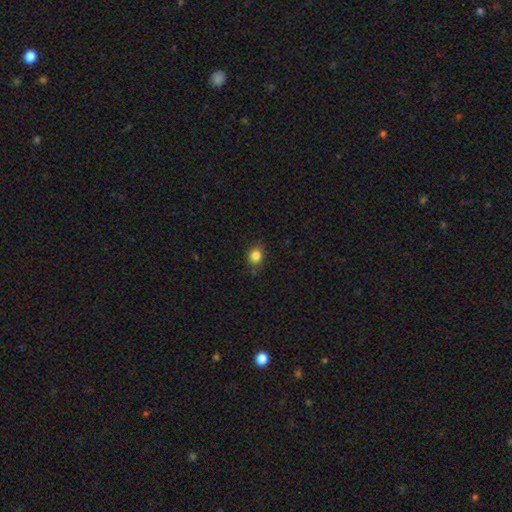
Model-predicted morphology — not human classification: smooth 84%, star or artifact 11%, featured or disk 5%. Down the decision tree: how rounded — round (63%); merging — none (81%).